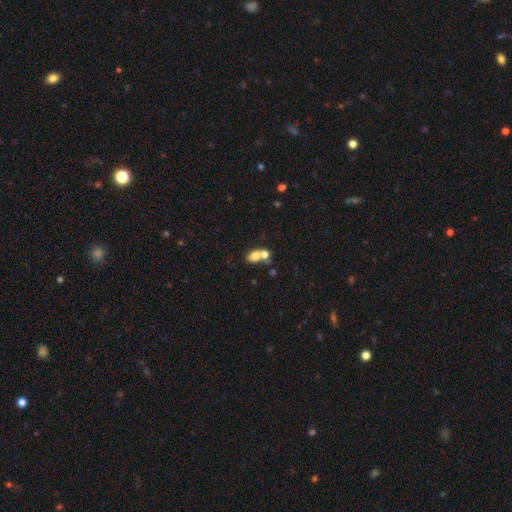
Q: Smooth or featured?
A: smooth (74%); runner-up: featured or disk (24%)
Q: How rounded?
A: in between (82%); runner-up: round (18%)
Q: Merging?
A: merger (57%); runner-up: none (41%)